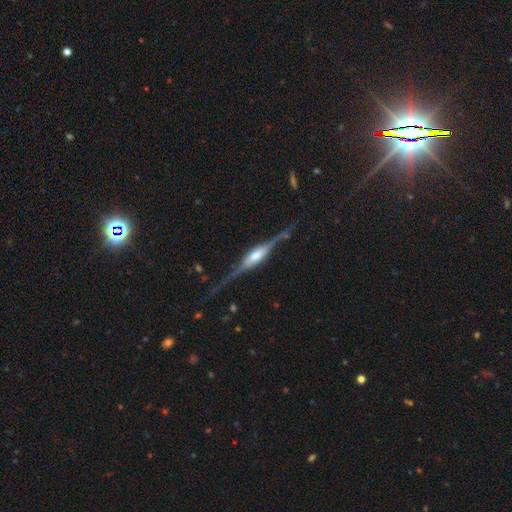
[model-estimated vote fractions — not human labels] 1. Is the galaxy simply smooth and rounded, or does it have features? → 85% featured or disk, 10% smooth, 5% star or artifact.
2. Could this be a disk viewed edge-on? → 94% yes, 6% no.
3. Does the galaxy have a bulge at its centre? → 64% rounded, 31% boxy, 5% none.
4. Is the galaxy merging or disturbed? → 72% none, 17% minor disturbance, 8% major disturbance, 2% merger.